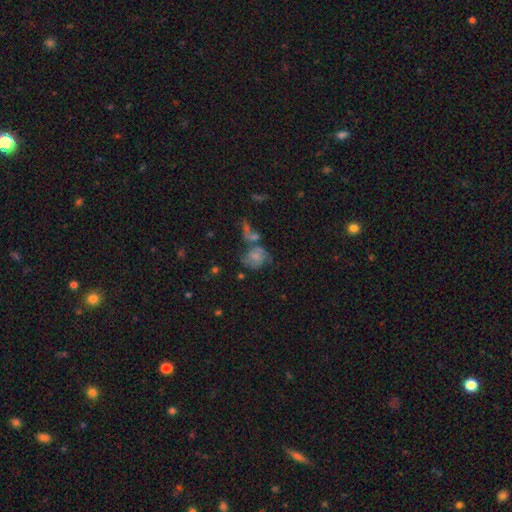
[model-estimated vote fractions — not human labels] A smooth galaxy with no disk features (45%).

Vote fractions:
- Smooth or featured? smooth: 45% / featured or disk: 44% / star or artifact: 12%
- Merging? merger: 34% / none: 31% / major disturbance: 18% / minor disturbance: 17%